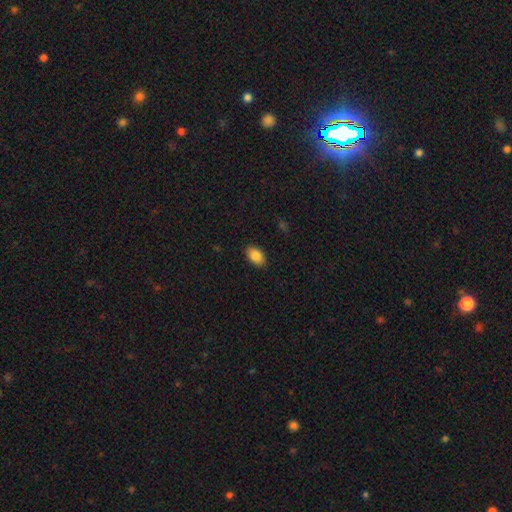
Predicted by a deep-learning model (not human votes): Smooth or featured? Predicted: smooth (p=0.86). How rounded? Predicted: in between (p=0.90). Merging? Predicted: none (p=0.88).